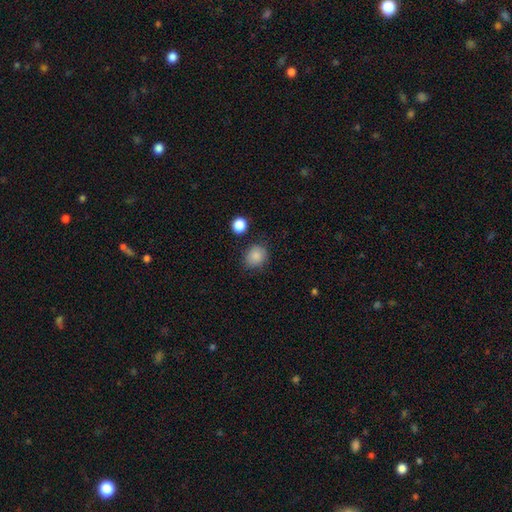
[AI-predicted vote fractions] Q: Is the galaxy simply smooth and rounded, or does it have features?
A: smooth — 86%.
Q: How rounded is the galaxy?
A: round — 75%.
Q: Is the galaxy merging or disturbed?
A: none — 80%.